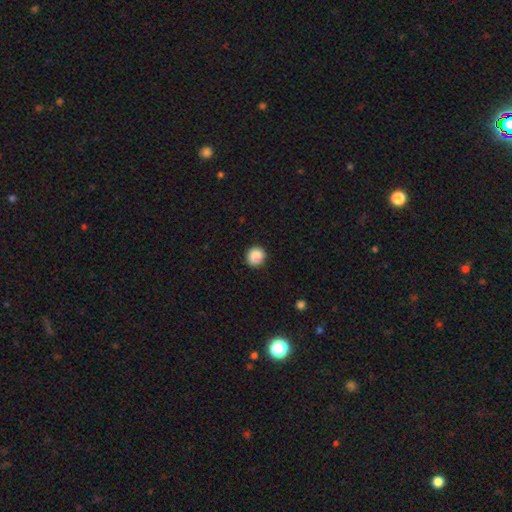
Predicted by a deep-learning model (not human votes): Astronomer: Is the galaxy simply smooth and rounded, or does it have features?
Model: smooth — 88%.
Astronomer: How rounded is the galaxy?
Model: round — 87%.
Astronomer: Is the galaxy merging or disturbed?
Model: none — 89%.